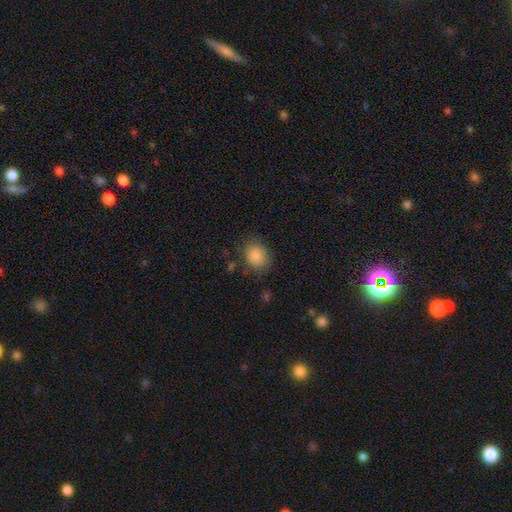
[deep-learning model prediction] Overall: smooth (85%). How rounded: round (60%; in between 39%). Merging: none (77%).